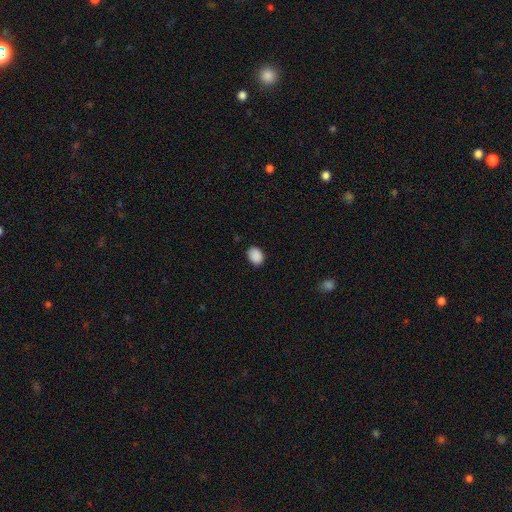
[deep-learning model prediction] Smooth or featured: smooth — 89% (star or artifact — 8%)
How rounded: in between — 67% (round — 32%)
Merging: none — 87% (minor disturbance — 10%)